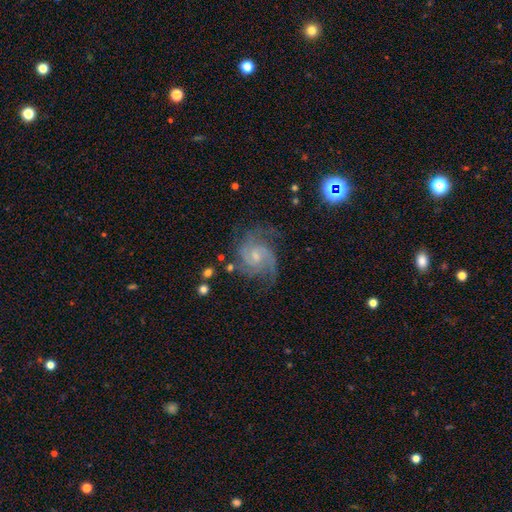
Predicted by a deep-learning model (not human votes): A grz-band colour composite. It shows a featured or disk galaxy (86%) with no bar (51%), 2 (45%) medium (47%) spiral arms (96%) and a small central bulge (54%). Merging: none (65%).